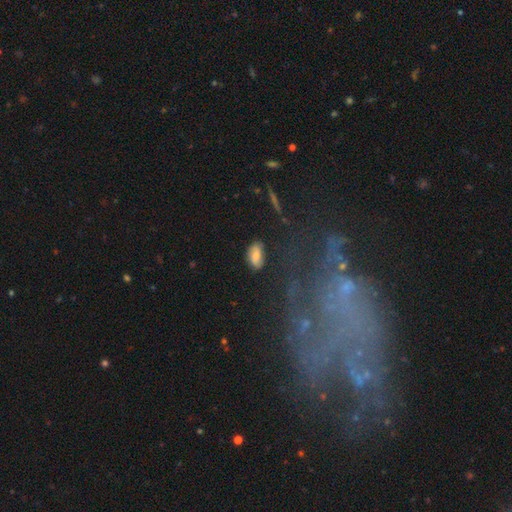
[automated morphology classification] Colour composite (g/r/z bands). It shows a smooth galaxy with no disk features (78%) that is in between round and cigar-shaped (92%). Merging: none (71%).